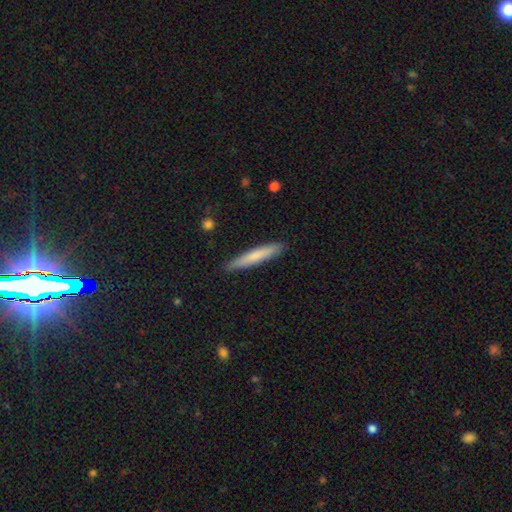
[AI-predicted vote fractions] The model was most divided on "smooth or featured": smooth: 73%, featured or disk: 22%, star or artifact: 6%. More confident: how rounded — cigar-shaped (94%); merging — none (89%).